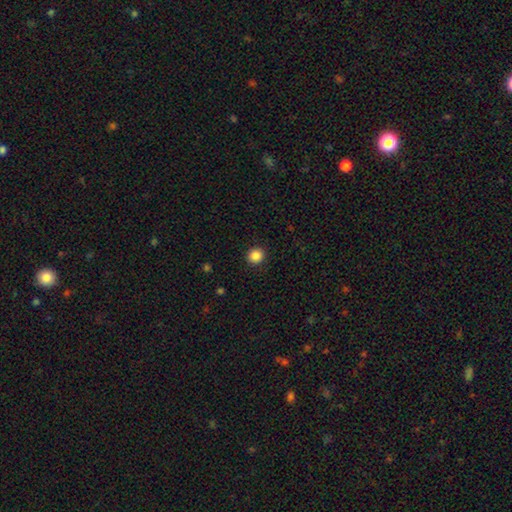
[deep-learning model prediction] Smooth or featured? Predicted: smooth (p=0.86). How rounded? Predicted: round (p=0.89). Merging? Predicted: none (p=0.92).